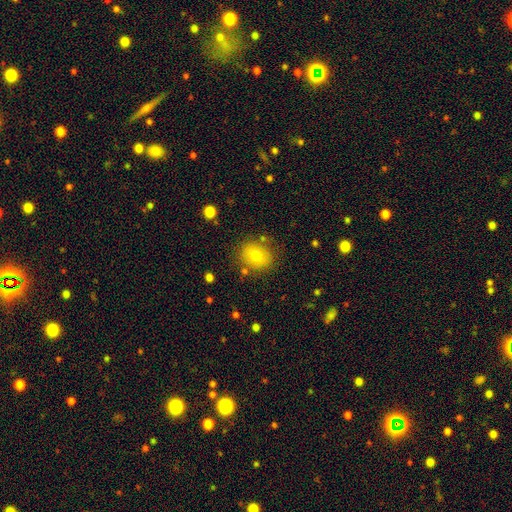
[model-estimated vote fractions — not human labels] A smooth galaxy with no disk features (76%) that is round (59%). Merging: none (80%).